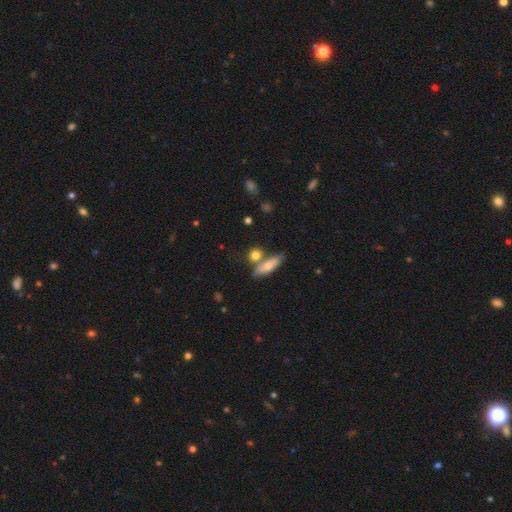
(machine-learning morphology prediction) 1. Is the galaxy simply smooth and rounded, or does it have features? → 75% smooth, 16% featured or disk, 9% star or artifact.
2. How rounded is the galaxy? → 45% round, 37% in between, 18% cigar-shaped.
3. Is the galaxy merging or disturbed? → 57% none, 26% merger, 12% minor disturbance, 5% major disturbance.